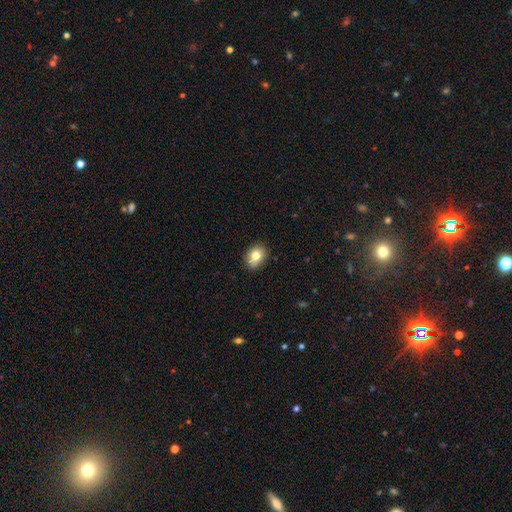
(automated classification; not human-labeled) This appears to be a smooth galaxy with no disk features (81%) that is in between round and cigar-shaped (67%). Merging: none (82%).